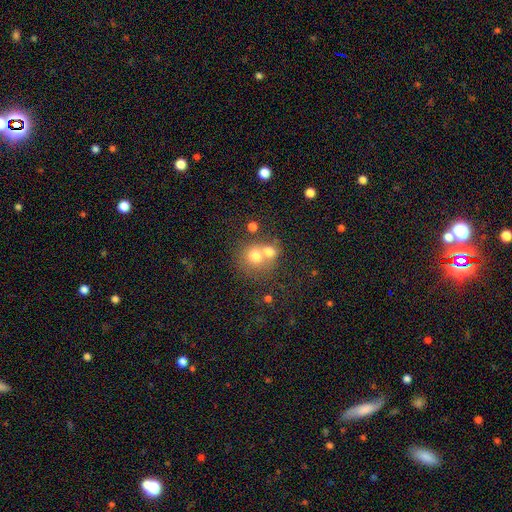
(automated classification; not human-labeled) smooth-or-featured: smooth: 69% | featured or disk: 18% | star or artifact: 12%
  how-rounded: round: 79% | in between: 20% | cigar-shaped: 1%
  merging: merger: 59% | none: 31% | minor disturbance: 6% | major disturbance: 4%